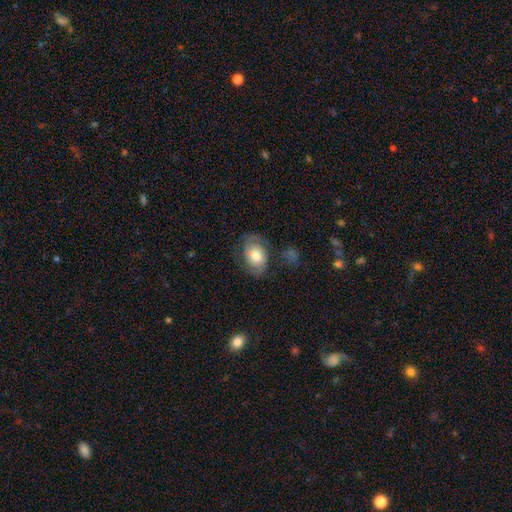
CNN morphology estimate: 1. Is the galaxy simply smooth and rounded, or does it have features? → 50% smooth, 42% featured or disk, 8% star or artifact.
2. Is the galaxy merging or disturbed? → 59% none, 24% minor disturbance, 14% major disturbance, 4% merger.